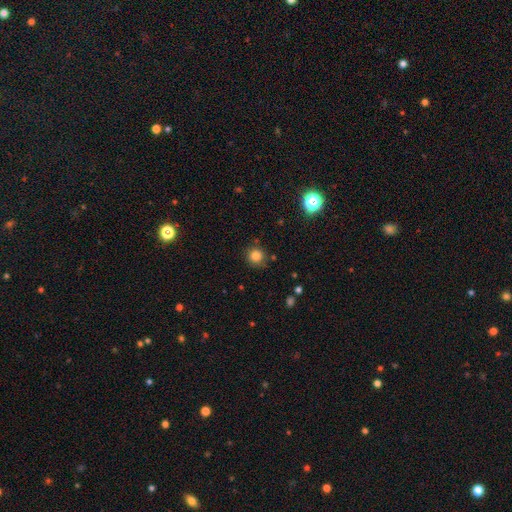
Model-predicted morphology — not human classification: smooth-or-featured: smooth: 82% | star or artifact: 13% | featured or disk: 5%
  how-rounded: round: 92% | in between: 7% | cigar-shaped: 1%
  merging: none: 84% | minor disturbance: 11% | major disturbance: 3% | merger: 3%